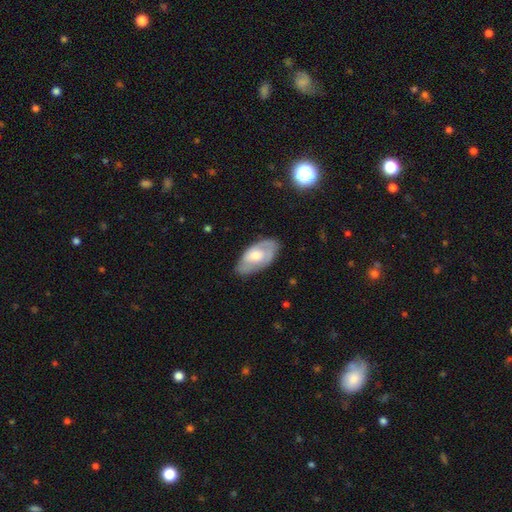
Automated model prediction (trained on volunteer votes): A featured or disk galaxy (52%). Merging: none (69%).